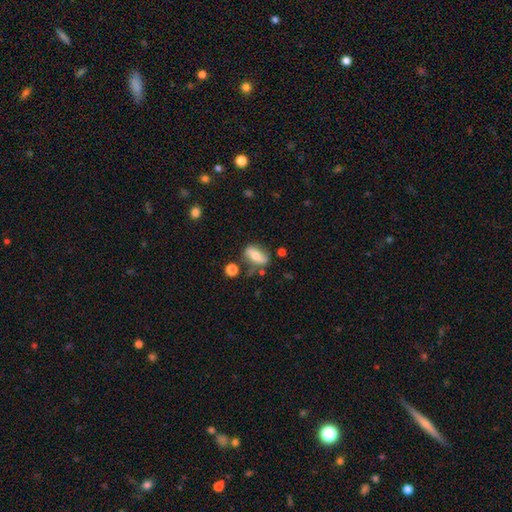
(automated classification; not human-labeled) Smooth or featured? Predicted: smooth (p=0.54). How rounded? Predicted: in between (p=0.80). Merging? Predicted: none (p=0.59).